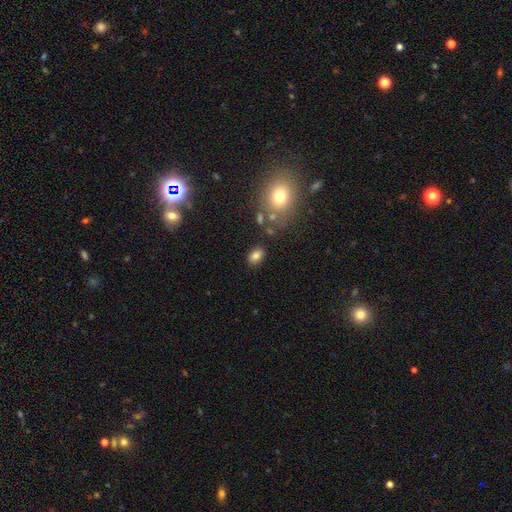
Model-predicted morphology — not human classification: Smooth or featured: smooth — 80% (star or artifact — 12%)
How rounded: in between — 77% (round — 22%)
Merging: none — 81% (minor disturbance — 11%)